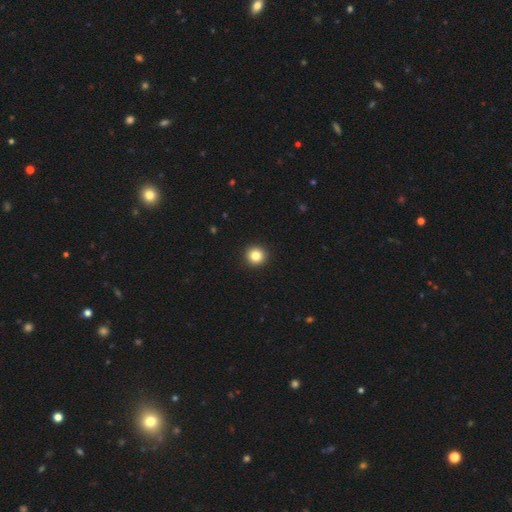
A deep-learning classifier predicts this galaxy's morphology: Overall: smooth (84%). How rounded: round (95%). Merging: none (94%).